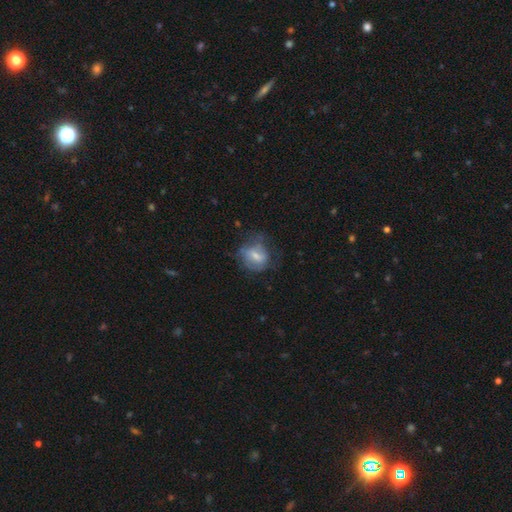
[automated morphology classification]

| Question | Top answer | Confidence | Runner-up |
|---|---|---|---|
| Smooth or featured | smooth | 47% | featured or disk (45%) |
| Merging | none | 50% | minor disturbance (28%) |